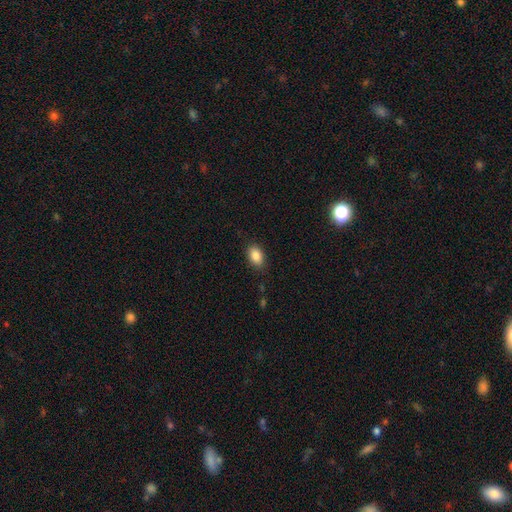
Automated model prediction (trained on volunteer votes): A smooth galaxy with no disk features (87%) that is in between round and cigar-shaped (85%).

Vote fractions:
- Smooth or featured? smooth: 87% / star or artifact: 8% / featured or disk: 5%
- How rounded? in between: 85% / round: 14% / cigar-shaped: 1%
- Merging? none: 85% / minor disturbance: 11% / major disturbance: 3% / merger: 1%